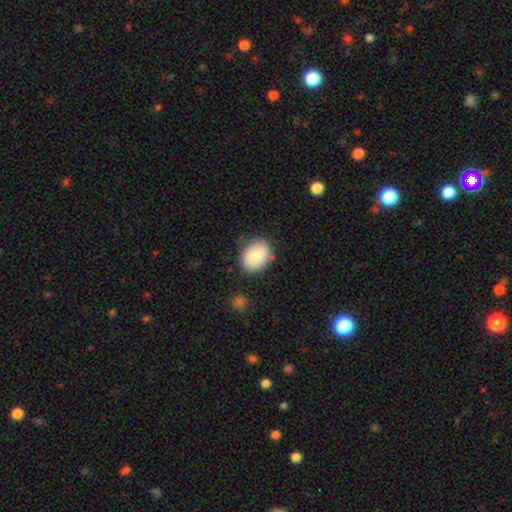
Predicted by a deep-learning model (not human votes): smooth-or-featured: smooth: 73% | featured or disk: 20% | star or artifact: 7%
  how-rounded: in between: 56% | round: 44% | cigar-shaped: 1%
  merging: none: 79% | minor disturbance: 15% | major disturbance: 4% | merger: 3%